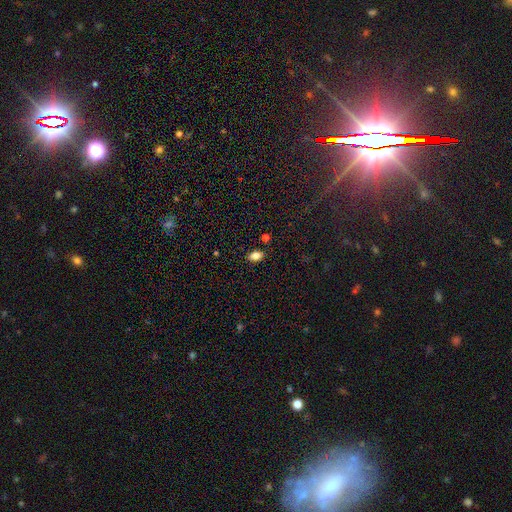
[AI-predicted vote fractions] This is clearly a smooth galaxy (82%). How rounded: clearly in between (89%). Merging: clearly none (86%).